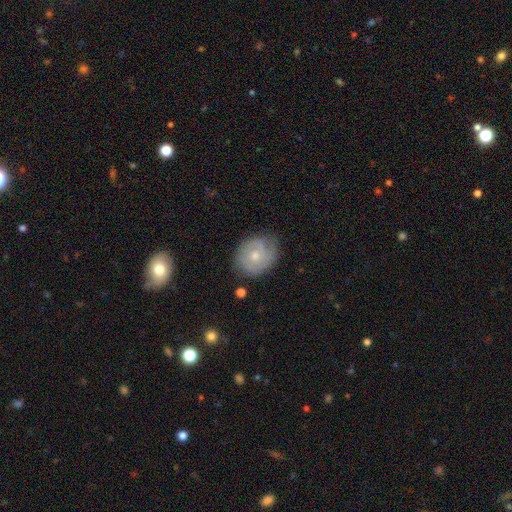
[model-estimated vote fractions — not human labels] featured or disk 50%, smooth 43%, star or artifact 7%. Down the decision tree: edge-on disk — no (96%); merging — none (67%).